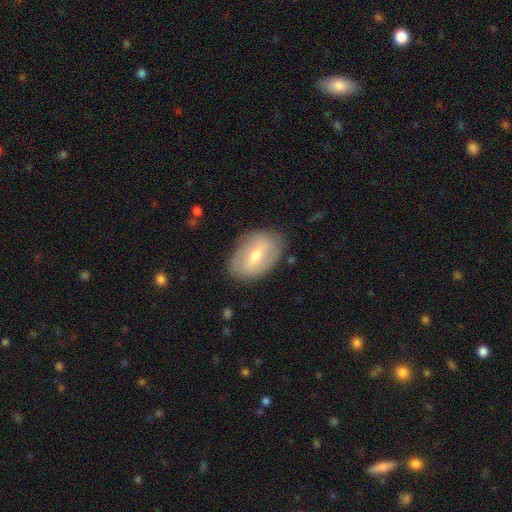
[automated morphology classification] smooth-or-featured: featured or disk: 52% | smooth: 41% | star or artifact: 6%
  disk-edge-on: no: 91% | yes: 9%
  merging: none: 81% | minor disturbance: 14% | major disturbance: 4% | merger: 1%